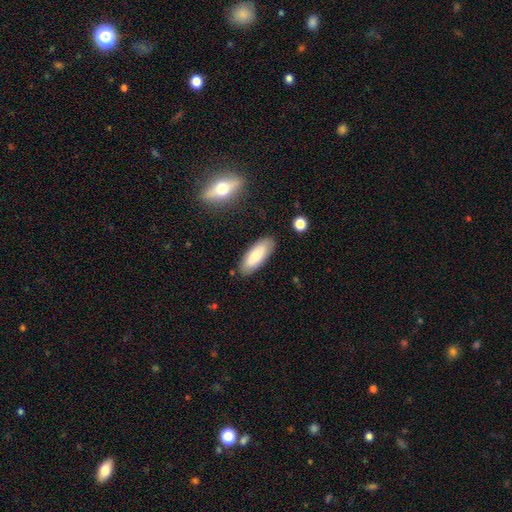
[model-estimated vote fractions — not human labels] This is clearly a smooth galaxy (81%). How rounded: likely in between (73%). Merging: clearly none (85%).